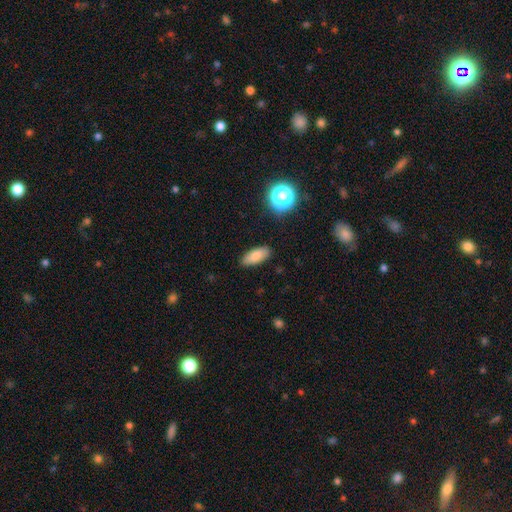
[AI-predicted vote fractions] A smooth galaxy with no disk features (83%) that is in between round and cigar-shaped (82%).

Vote fractions:
- Smooth or featured? smooth: 83% / star or artifact: 9% / featured or disk: 8%
- How rounded? in between: 82% / cigar-shaped: 15% / round: 3%
- Merging? none: 86% / minor disturbance: 10% / major disturbance: 2% / merger: 1%